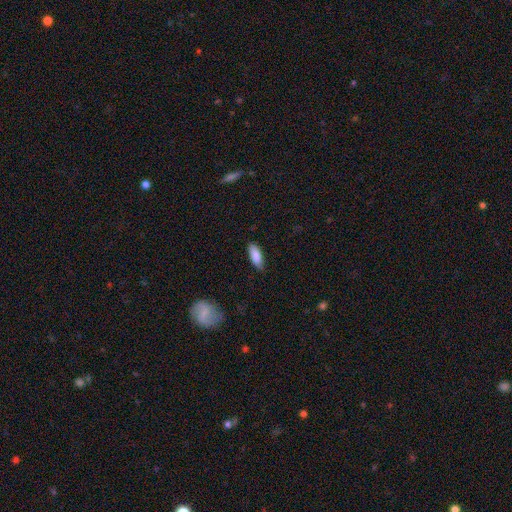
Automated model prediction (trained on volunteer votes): Morphology: type=smooth (85%); roundness=in between (76%); merging=none (80%).